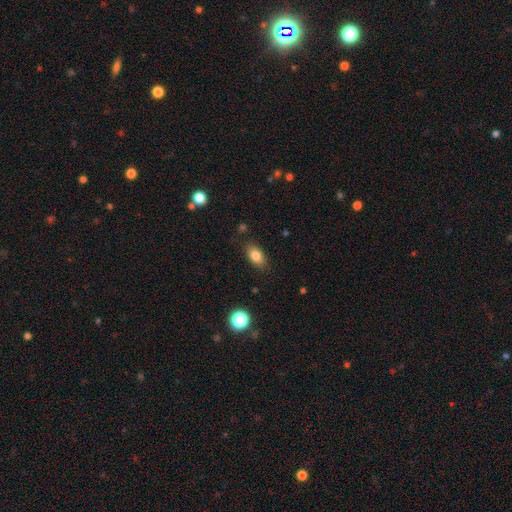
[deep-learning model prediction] Q: Smooth or featured?
A: smooth (82%); runner-up: featured or disk (9%)
Q: How rounded?
A: in between (87%); runner-up: round (8%)
Q: Merging?
A: none (84%); runner-up: minor disturbance (12%)